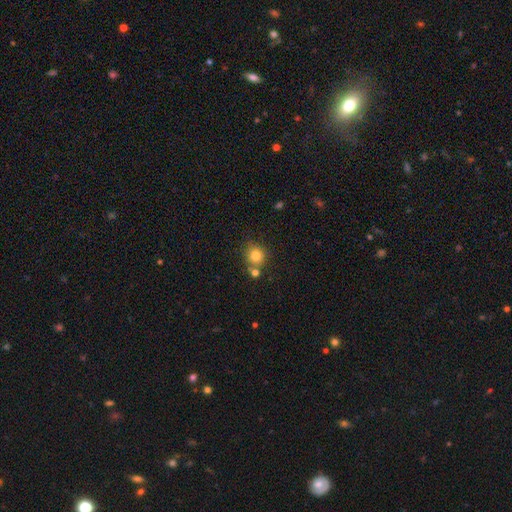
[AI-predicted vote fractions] A smooth galaxy with no disk features (80%) that is round (86%). Merging: none (67%).